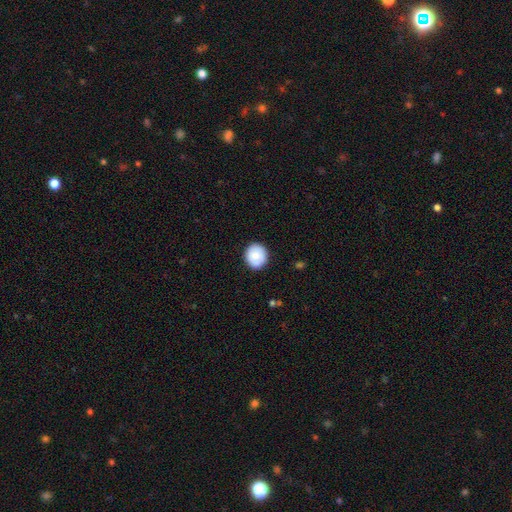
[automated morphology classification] type=smooth (81%); roundness=round (82%); merging=none (86%).